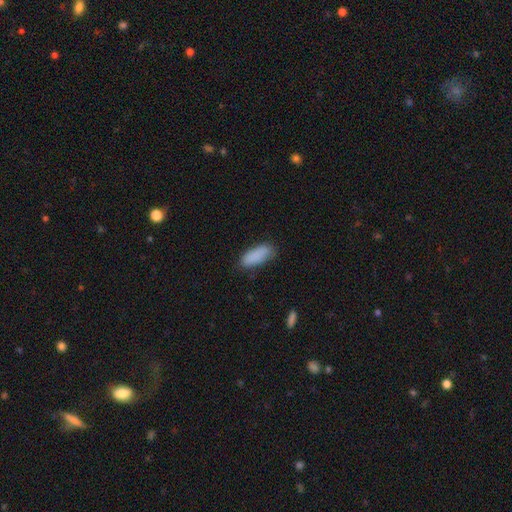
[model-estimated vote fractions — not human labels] Smooth or featured: smooth — 88% (star or artifact — 7%)
How rounded: in between — 74% (cigar-shaped — 24%)
Merging: none — 74% (minor disturbance — 20%)